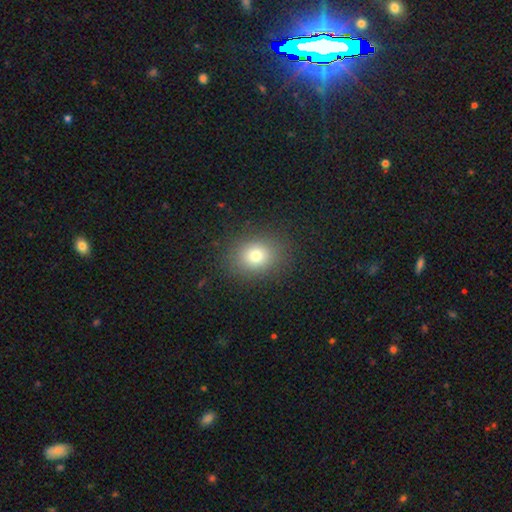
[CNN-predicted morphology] This is likely a smooth galaxy (77%). How rounded: likely round (61%). Merging: clearly none (87%).